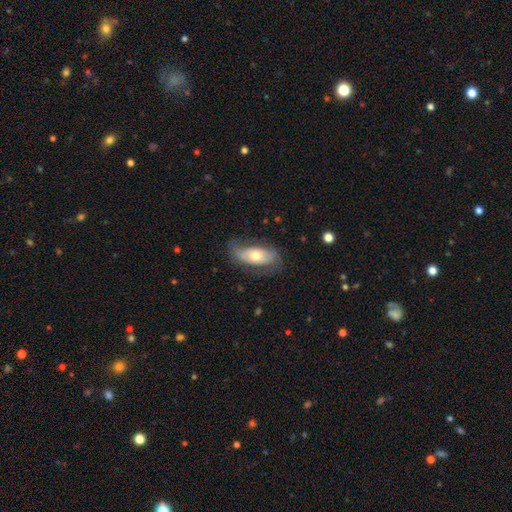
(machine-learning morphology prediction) Smooth or featured? featured or disk (51%)
Edge-on disk? no (84%)
Merging? none (61%)